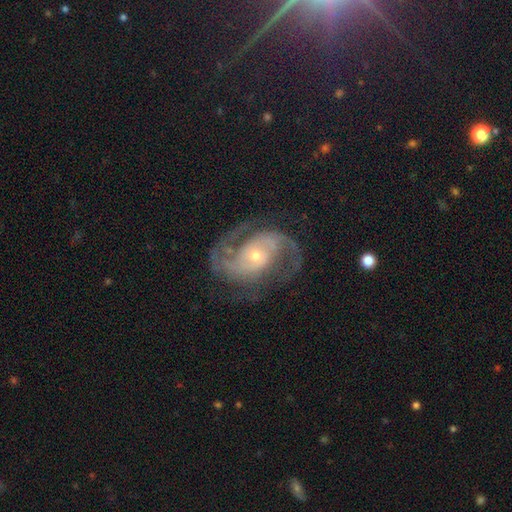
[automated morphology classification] featured or disk 91%, star or artifact 5%, smooth 4%. Down the decision tree: edge-on disk — no (98%); bar — no (59%); spiral arms — yes (98%); spiral arm count — 2 (88%); spiral winding — medium (57%); bulge size — small (55%); merging — none (75%).